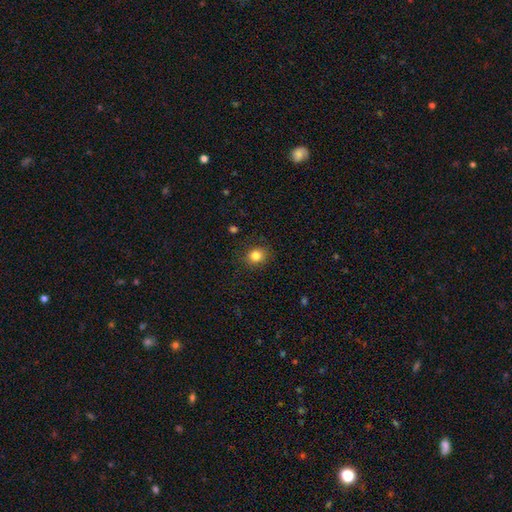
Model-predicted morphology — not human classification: smooth-or-featured: smooth: 83% | star or artifact: 11% | featured or disk: 6%
  how-rounded: round: 71% | in between: 28% | cigar-shaped: 1%
  merging: none: 87% | minor disturbance: 9% | major disturbance: 3% | merger: 1%